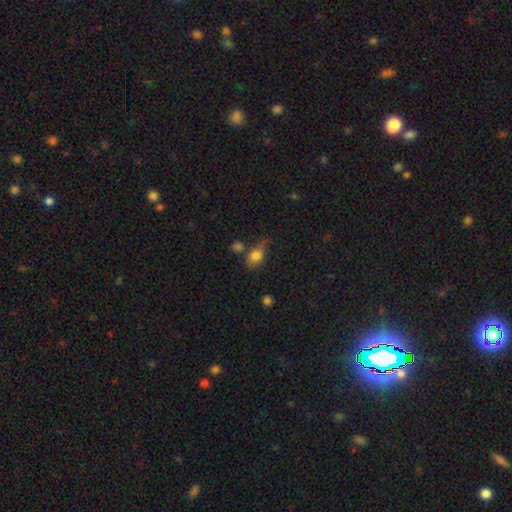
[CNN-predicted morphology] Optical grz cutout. It shows a smooth galaxy with no disk features (78%) that is in between round and cigar-shaped (71%). Merging: none (43%).